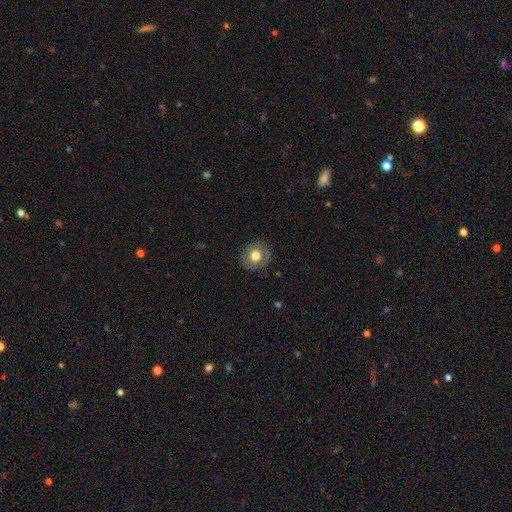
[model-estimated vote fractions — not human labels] This is likely a smooth galaxy (64%). How rounded: clearly round (84%). Merging: clearly none (86%).